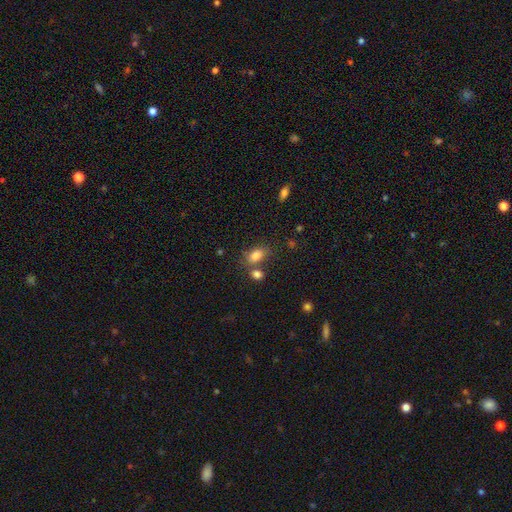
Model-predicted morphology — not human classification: Smooth or featured? smooth (83%)
How rounded? in between (87%)
Merging? none (59%)